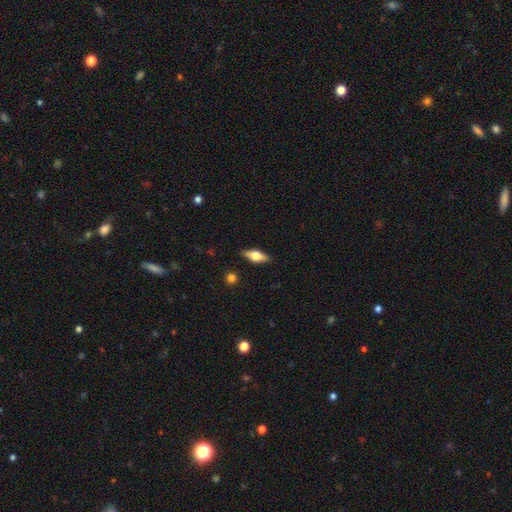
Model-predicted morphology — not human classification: The model was most divided on "smooth or featured": featured or disk: 48%, smooth: 46%, star or artifact: 7%. More confident: merging — none (87%).